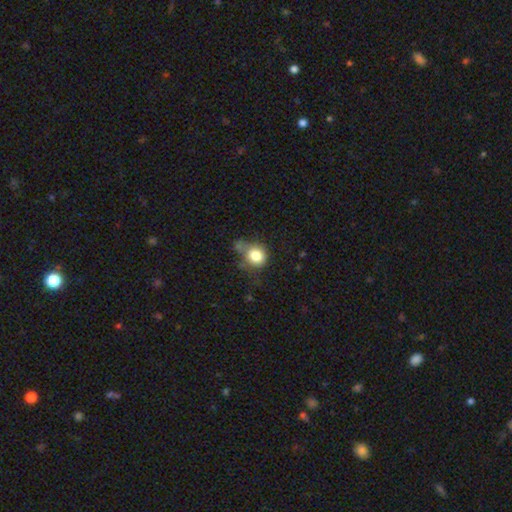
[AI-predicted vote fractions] smooth_or_featured: smooth (p=0.80) [alt: star or artifact p=0.10]
how_rounded: round (p=0.79) [alt: in between p=0.20]
merging: none (p=0.50) [alt: minor disturbance p=0.27]